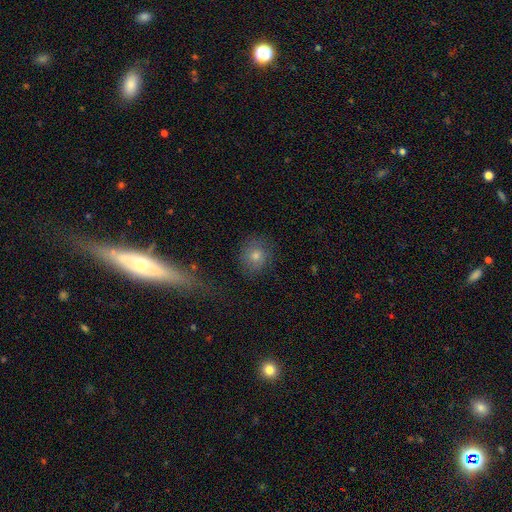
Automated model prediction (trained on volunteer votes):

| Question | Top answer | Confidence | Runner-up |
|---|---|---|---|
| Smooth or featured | smooth | 68% | featured or disk (17%) |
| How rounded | round | 82% | in between (16%) |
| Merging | none | 77% | minor disturbance (12%) |